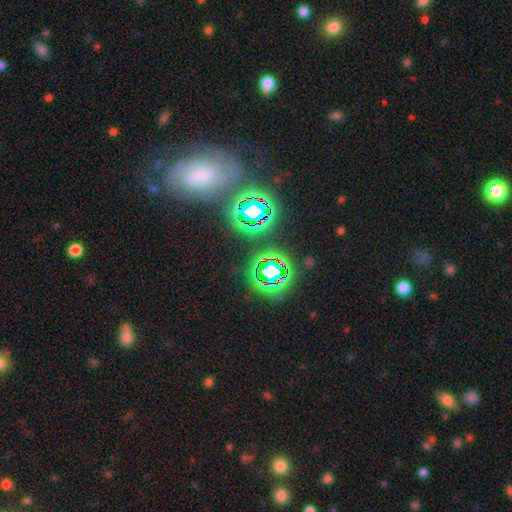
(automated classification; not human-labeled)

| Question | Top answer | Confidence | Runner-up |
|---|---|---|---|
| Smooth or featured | star or artifact | 57% | smooth (25%) |